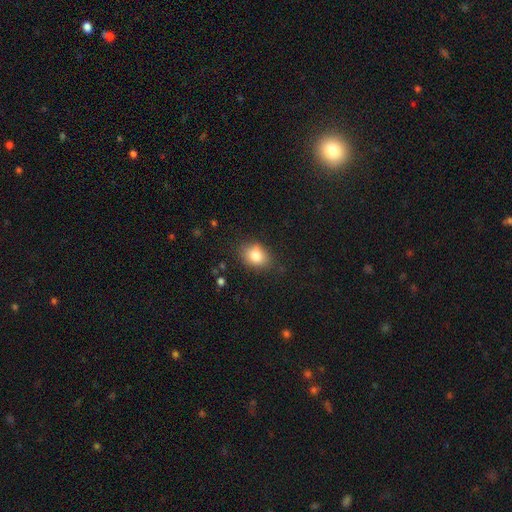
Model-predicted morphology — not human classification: The model was most divided on "how rounded": in between: 62%, round: 37%, cigar-shaped: 1%. More confident: smooth or featured — smooth (82%); merging — none (77%).